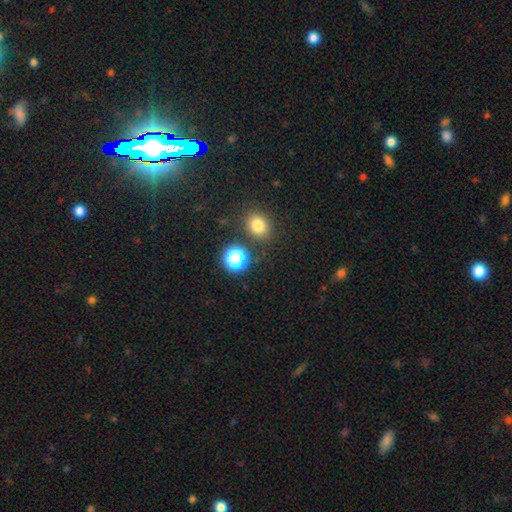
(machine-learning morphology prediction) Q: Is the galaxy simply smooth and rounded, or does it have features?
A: star or artifact — 75%.